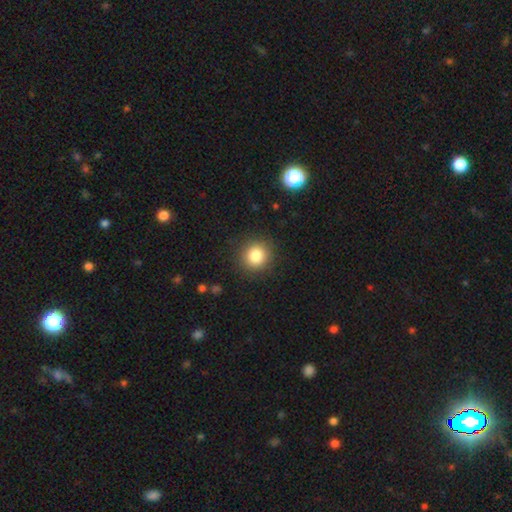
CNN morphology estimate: Overall: smooth (83%). How rounded: round (92%). Merging: none (90%).